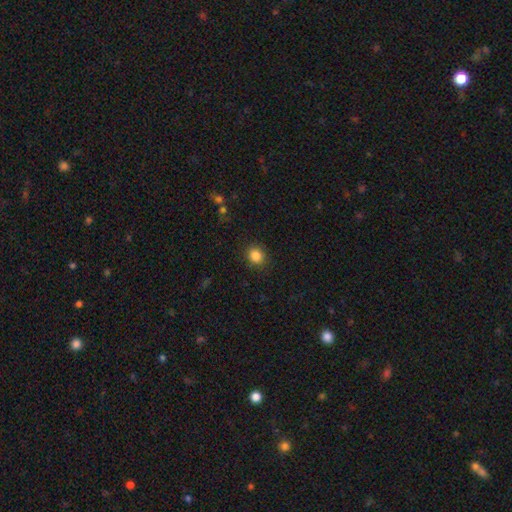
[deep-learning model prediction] A smooth galaxy with no disk features (85%) that is round (72%). Merging: none (88%).